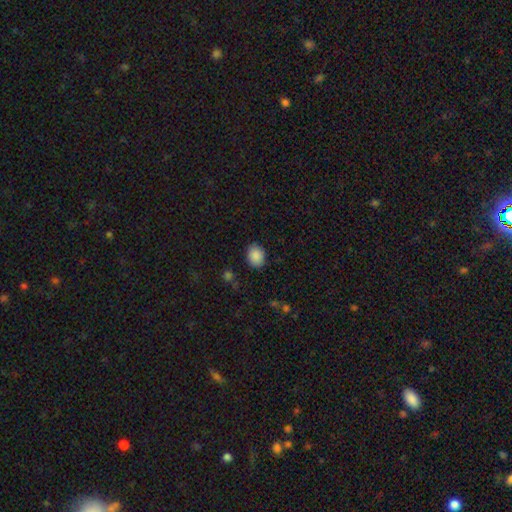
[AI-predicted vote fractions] Q: Smooth or featured?
A: smooth (88%); runner-up: star or artifact (8%)
Q: How rounded?
A: in between (52%); runner-up: round (47%)
Q: Merging?
A: none (85%); runner-up: minor disturbance (11%)